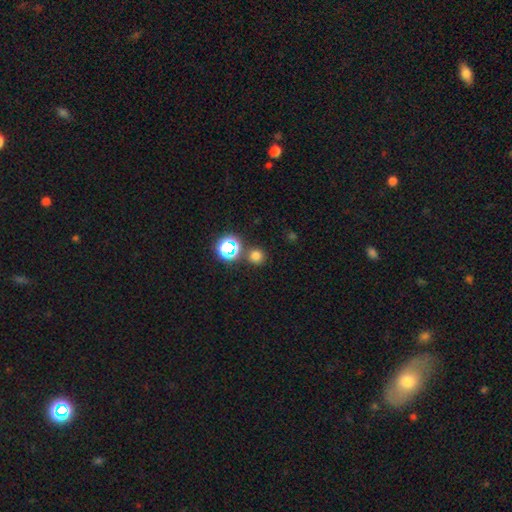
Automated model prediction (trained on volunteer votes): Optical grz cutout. It shows a smooth galaxy with no disk features (71%) that is round (91%). Merging: none (81%).